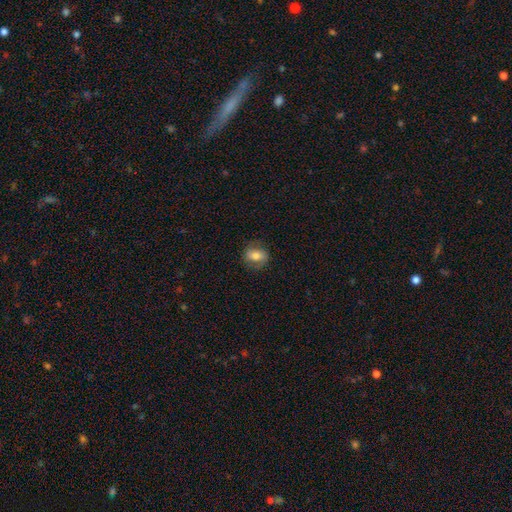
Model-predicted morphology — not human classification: Smooth or featured?
  - smooth: 67% *
  - featured or disk: 25%
  - star or artifact: 8%
How rounded?
  - in between: 58% *
  - round: 40%
  - cigar-shaped: 2%
Merging?
  - none: 77% *
  - minor disturbance: 16%
  - major disturbance: 6%
  - merger: 1%